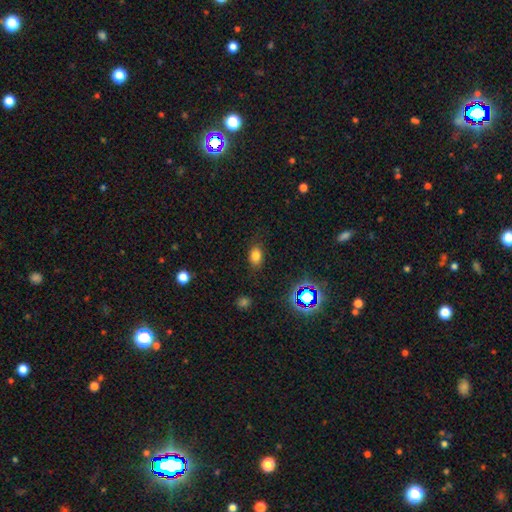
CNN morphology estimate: This is likely a smooth galaxy (75%). How rounded: likely in between (78%). Merging: clearly none (81%).